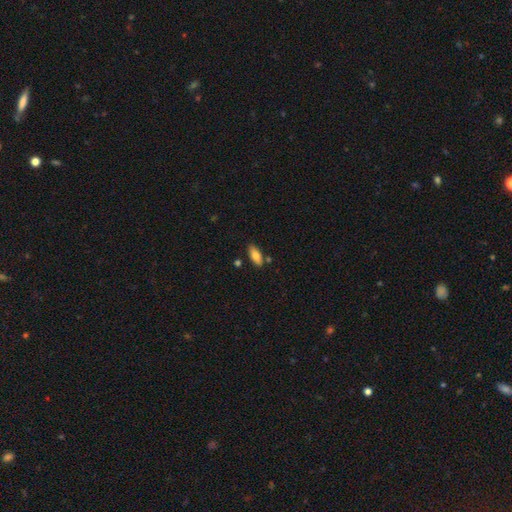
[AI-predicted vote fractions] smooth 79%, featured or disk 14%, star or artifact 7%. Down the decision tree: how rounded — in between (83%); merging — none (80%).